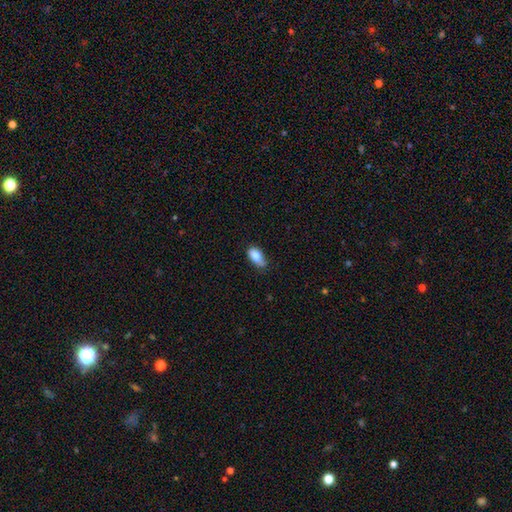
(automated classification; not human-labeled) Overall: smooth (81%). How rounded: in between (89%). Merging: none (54%; minor disturbance 34%).